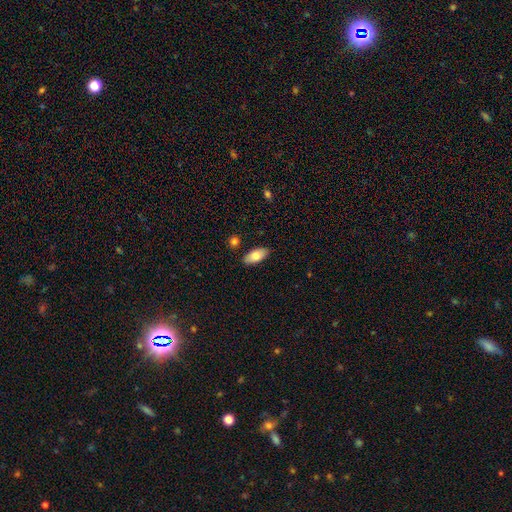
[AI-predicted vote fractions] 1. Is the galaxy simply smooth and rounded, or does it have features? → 79% smooth, 15% featured or disk, 6% star or artifact.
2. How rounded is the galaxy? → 90% in between, 8% cigar-shaped, 2% round.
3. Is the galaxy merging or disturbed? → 86% none, 10% minor disturbance, 2% merger, 2% major disturbance.